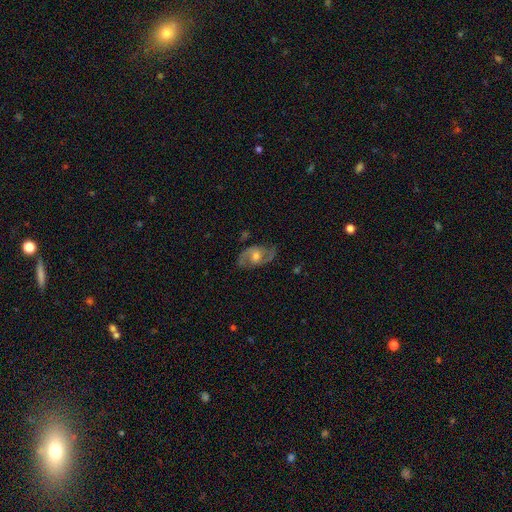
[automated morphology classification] type=featured or disk (83%); edge-on=no (96%); bar=no (60%); spiral arms=yes (93%); winding=medium (53%); arm count=2 (91%); bulge=moderate (69%); merging=none (79%).